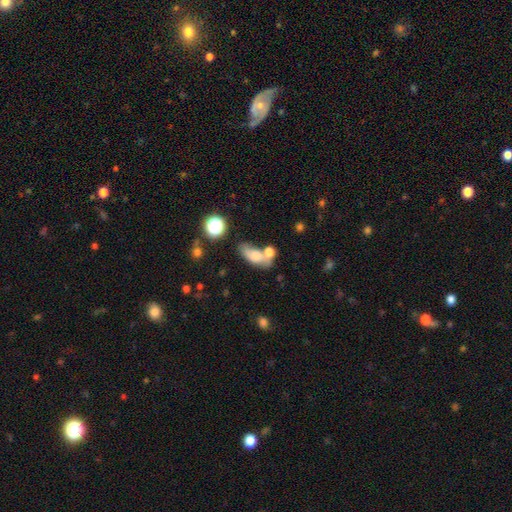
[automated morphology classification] A smooth galaxy with no disk features (62%) that is in between round and cigar-shaped (81%). Merging: merger (34%).